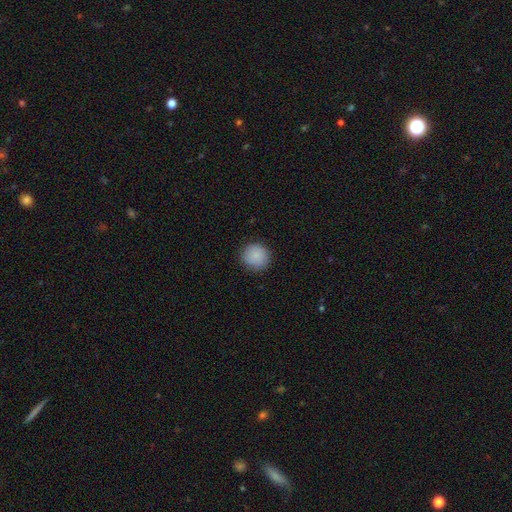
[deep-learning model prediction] Overall: smooth (88%). How rounded: round (92%). Merging: none (87%).